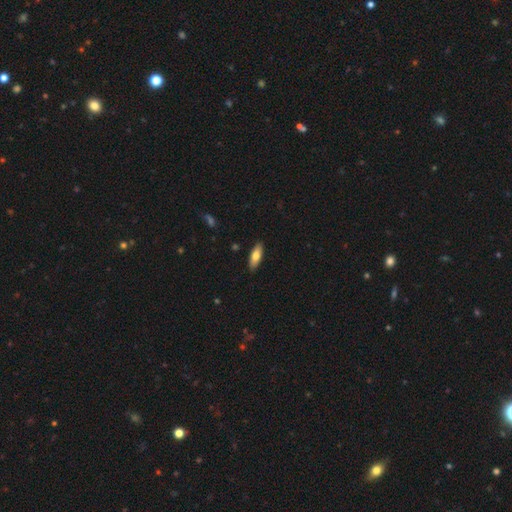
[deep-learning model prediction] smooth_or_featured: smooth (p=0.71) [alt: featured or disk p=0.23]
how_rounded: in between (p=0.64) [alt: cigar-shaped p=0.34]
merging: none (p=0.89) [alt: minor disturbance p=0.08]